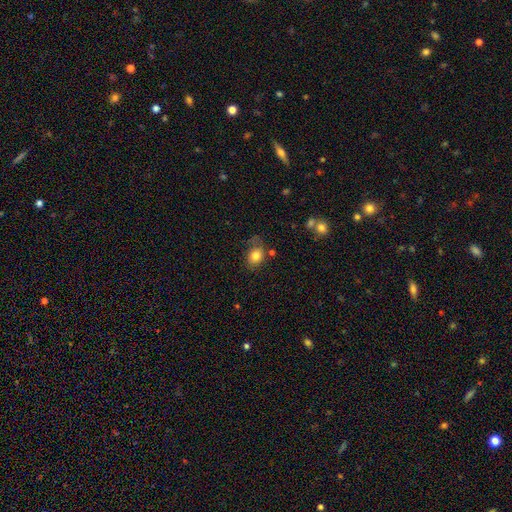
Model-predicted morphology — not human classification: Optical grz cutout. It shows a smooth galaxy with no disk features (80%) that is in between round and cigar-shaped (59%). Merging: none (59%).